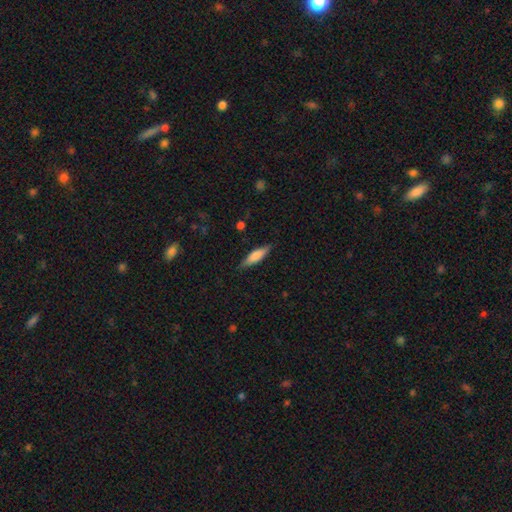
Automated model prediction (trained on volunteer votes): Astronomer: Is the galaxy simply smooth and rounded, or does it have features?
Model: smooth — 73%.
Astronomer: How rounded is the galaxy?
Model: cigar-shaped — 64%.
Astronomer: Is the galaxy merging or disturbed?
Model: none — 84%.